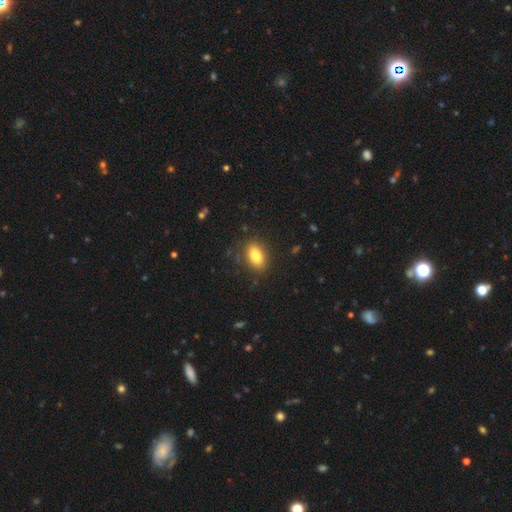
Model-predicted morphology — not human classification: This appears to be a smooth galaxy with no disk features (81%) that is in between round and cigar-shaped (87%). Merging: none (84%).